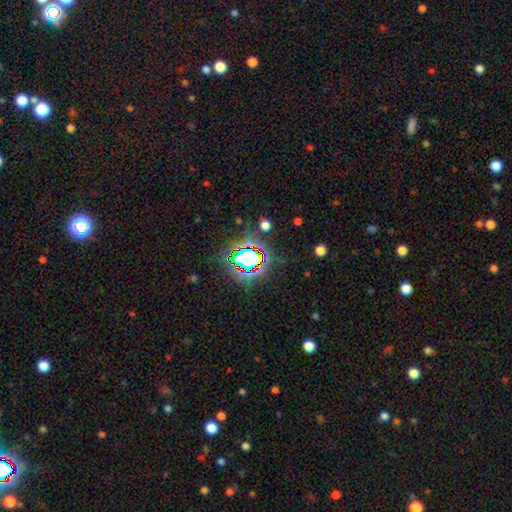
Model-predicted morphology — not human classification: Smooth or featured? star or artifact (65%)